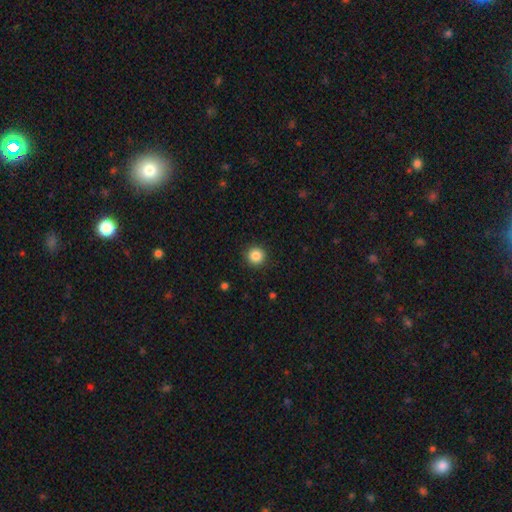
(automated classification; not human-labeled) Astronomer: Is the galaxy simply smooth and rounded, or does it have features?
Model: smooth — 86%.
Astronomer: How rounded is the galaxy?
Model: round — 95%.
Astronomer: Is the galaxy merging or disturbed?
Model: none — 92%.